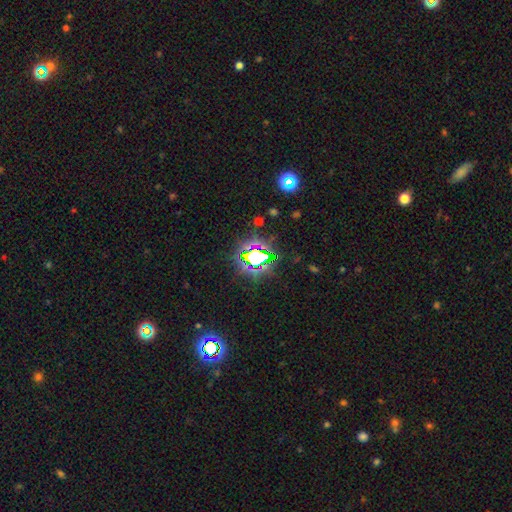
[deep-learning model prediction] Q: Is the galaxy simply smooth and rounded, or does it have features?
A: star or artifact — 68%.